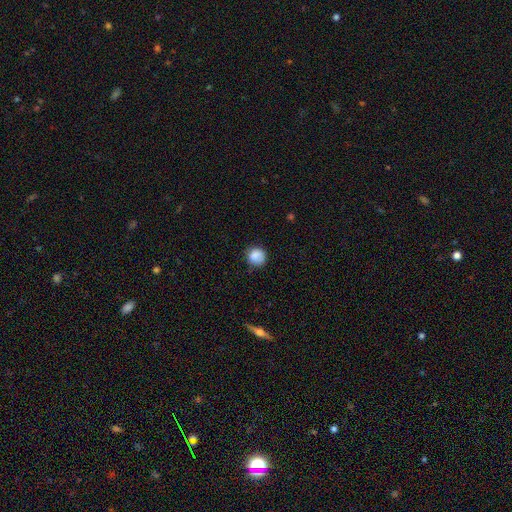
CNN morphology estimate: Smooth or featured: smooth — 84% (star or artifact — 9%)
How rounded: round — 86% (in between — 13%)
Merging: none — 70% (minor disturbance — 22%)